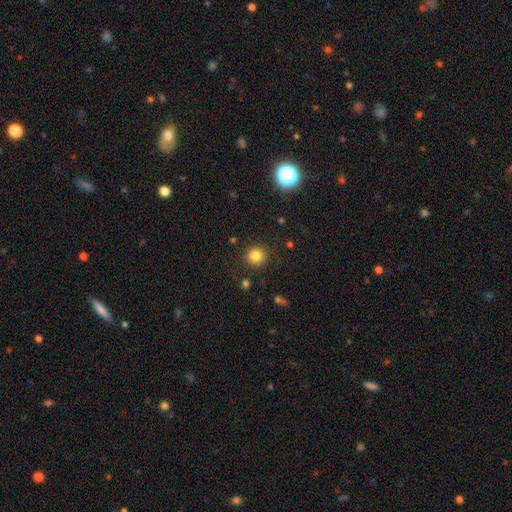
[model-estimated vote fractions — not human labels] This appears to be a smooth galaxy with no disk features (81%) that is round (93%). Merging: none (89%).